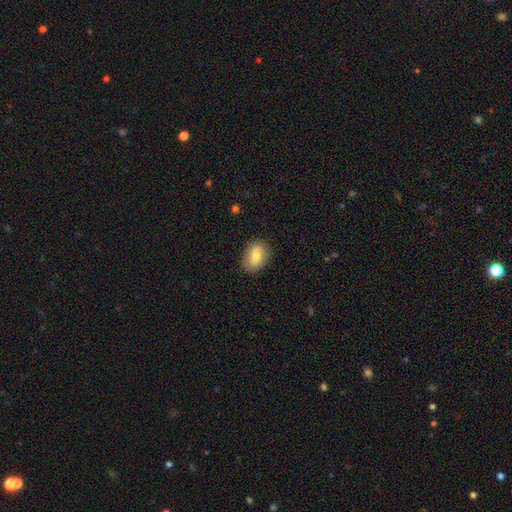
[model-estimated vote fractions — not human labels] The model was most divided on "smooth or featured": smooth: 70%, featured or disk: 22%, star or artifact: 7%. More confident: merging — none (83%); how rounded — in between (80%).